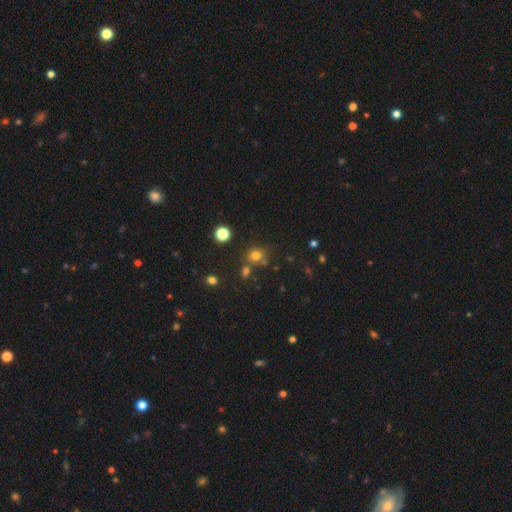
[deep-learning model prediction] A smooth galaxy with no disk features (73%) that is round (84%). Merging: none (71%).